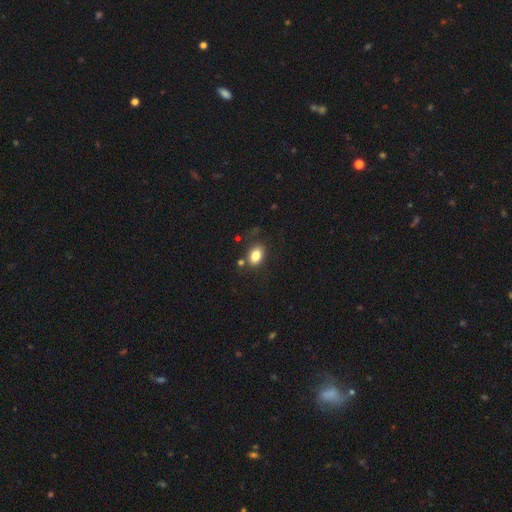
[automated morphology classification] A smooth galaxy with no disk features (81%) that is in between round and cigar-shaped (79%). Merging: none (74%).